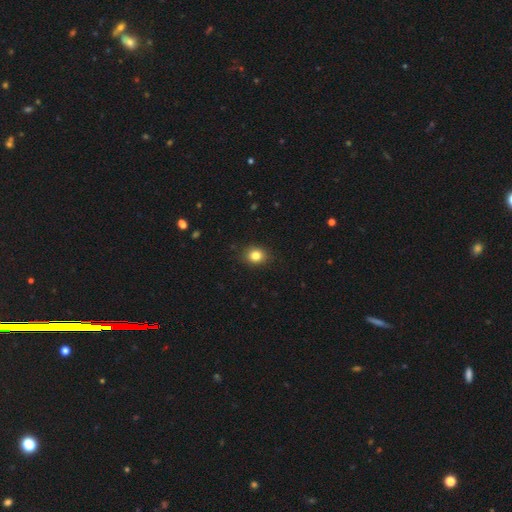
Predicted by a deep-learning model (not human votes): Smooth or featured?
  - smooth: 83% *
  - star or artifact: 11%
  - featured or disk: 6%
How rounded?
  - round: 65% *
  - in between: 34%
  - cigar-shaped: 1%
Merging?
  - none: 88% *
  - minor disturbance: 9%
  - major disturbance: 2%
  - merger: 1%